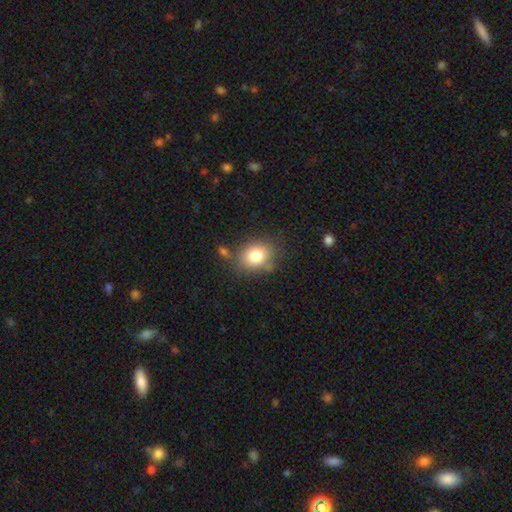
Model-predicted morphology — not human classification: Overall: smooth (81%). How rounded: in between (52%; round 47%). Merging: none (71%).